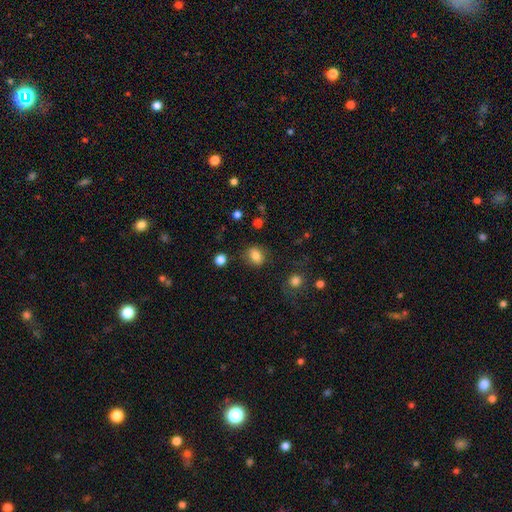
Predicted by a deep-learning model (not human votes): Smooth or featured?
  - smooth: 83% *
  - star or artifact: 10%
  - featured or disk: 7%
How rounded?
  - in between: 61% *
  - round: 37%
  - cigar-shaped: 1%
Merging?
  - none: 79% *
  - minor disturbance: 14%
  - major disturbance: 5%
  - merger: 2%